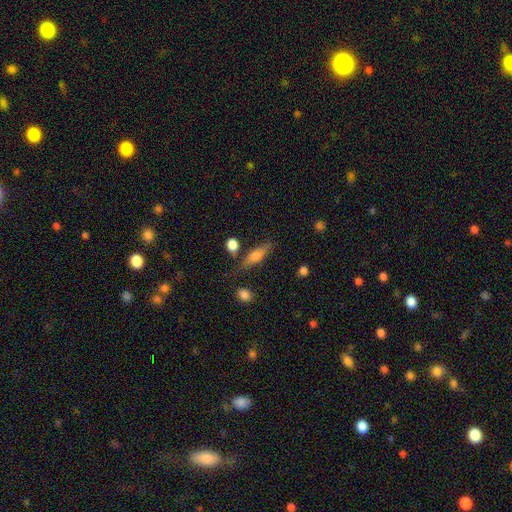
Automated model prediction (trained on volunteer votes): smooth-or-featured: smooth: 56% | featured or disk: 35% | star or artifact: 9%
  how-rounded: cigar-shaped: 53% | in between: 43% | round: 4%
  merging: none: 74% | minor disturbance: 16% | merger: 5% | major disturbance: 5%